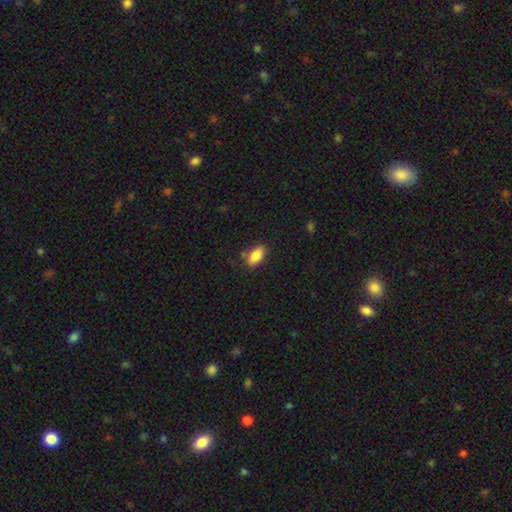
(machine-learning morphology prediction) smooth_or_featured: smooth (p=0.86) [alt: star or artifact p=0.07]
how_rounded: in between (p=0.90) [alt: cigar-shaped p=0.06]
merging: none (p=0.81) [alt: minor disturbance p=0.13]